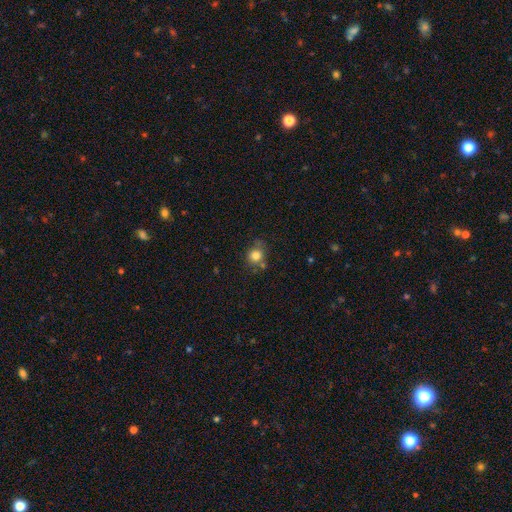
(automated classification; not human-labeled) Smooth or featured?
  - smooth: 82% *
  - star or artifact: 11%
  - featured or disk: 7%
How rounded?
  - round: 81% *
  - in between: 18%
  - cigar-shaped: 1%
Merging?
  - none: 68% *
  - minor disturbance: 18%
  - merger: 10%
  - major disturbance: 5%